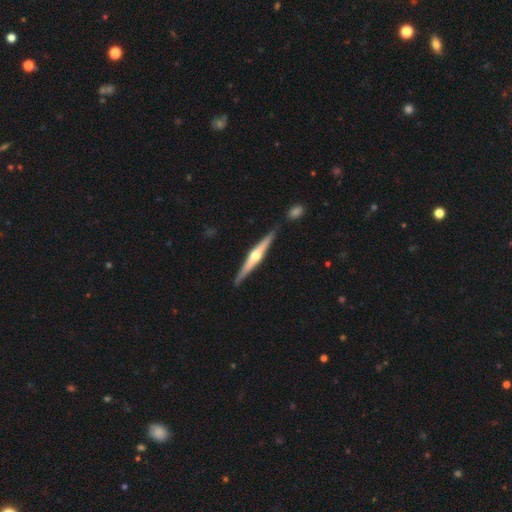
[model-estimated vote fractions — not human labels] Overall: featured or disk (74%). Edge-on disk: yes (98%). Edge-on bulge: rounded (93%). Merging: none (87%).